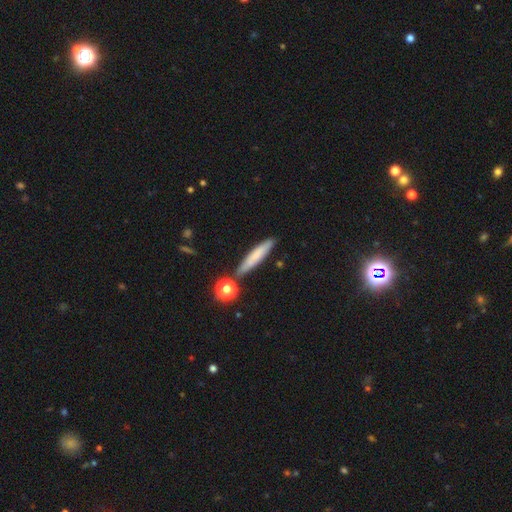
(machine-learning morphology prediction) Q: Smooth or featured?
A: smooth (70%); runner-up: featured or disk (22%)
Q: How rounded?
A: cigar-shaped (88%); runner-up: in between (9%)
Q: Merging?
A: none (78%); runner-up: minor disturbance (12%)